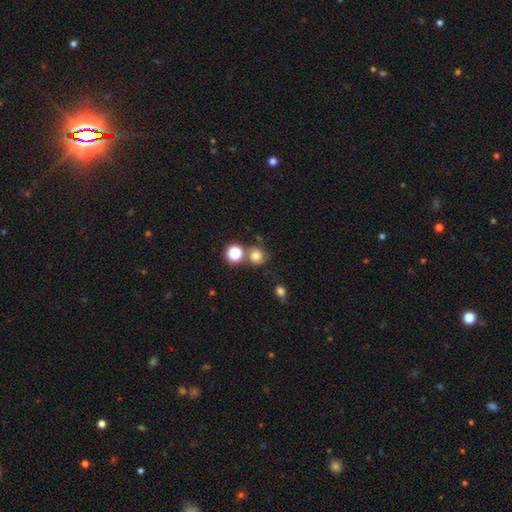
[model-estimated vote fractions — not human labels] A smooth galaxy with no disk features (75%) that is round (86%). Merging: none (63%).